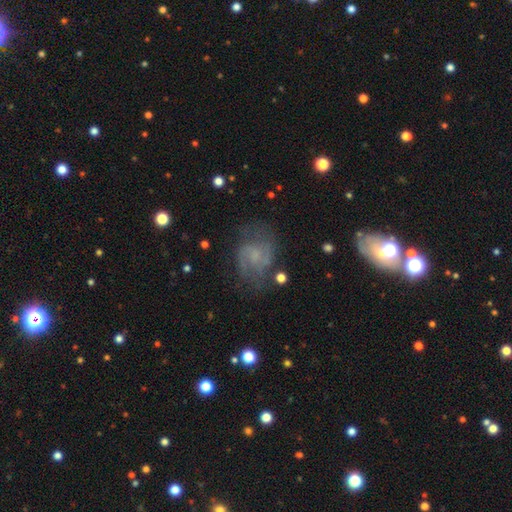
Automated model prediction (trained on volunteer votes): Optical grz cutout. It shows a featured or disk galaxy (65%) with no bar (60%), 2 (70%) medium (48%) spiral arms (85%) and no central bulge (43%). Merging: none (60%).